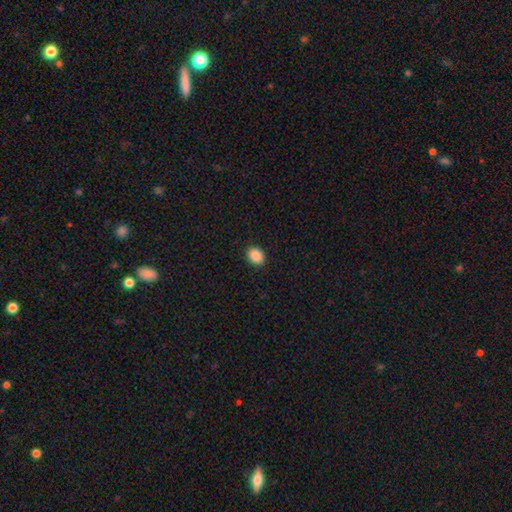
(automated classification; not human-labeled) This is clearly a smooth galaxy (89%). How rounded: likely in between (66%). Merging: clearly none (91%).